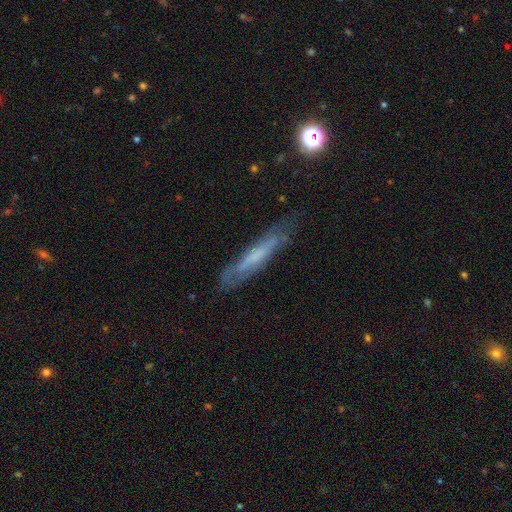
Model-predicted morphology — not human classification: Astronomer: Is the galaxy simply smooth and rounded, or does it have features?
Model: featured or disk — 50% (runner-up: smooth, 41%).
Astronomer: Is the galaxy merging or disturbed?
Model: none — 72%.